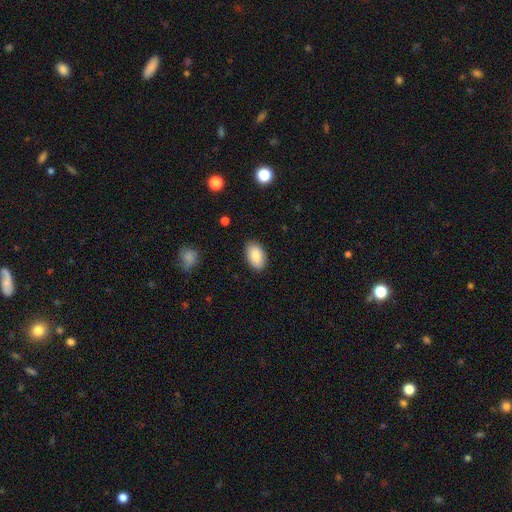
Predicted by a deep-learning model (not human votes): Smooth or featured? Predicted: smooth (p=0.85). How rounded? Predicted: in between (p=0.93). Merging? Predicted: none (p=0.88).